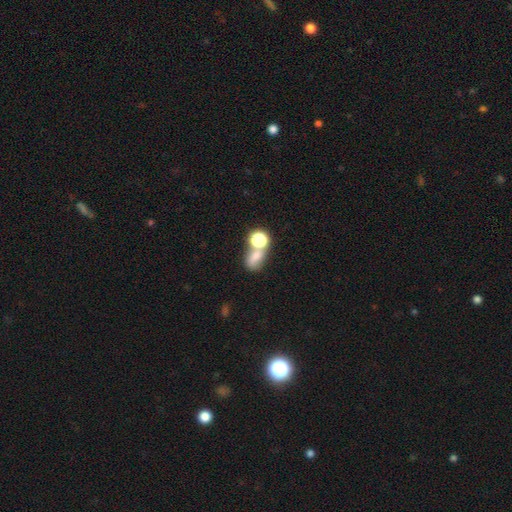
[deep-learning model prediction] Smooth or featured: smooth — 66% (star or artifact — 21%)
How rounded: in between — 59% (round — 39%)
Merging: merger — 47% (none — 34%)